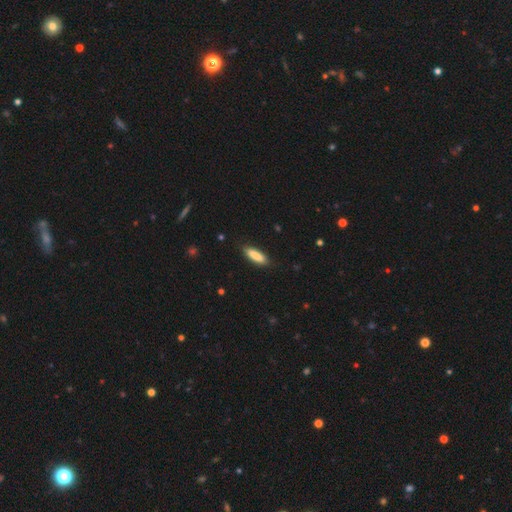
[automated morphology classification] A smooth galaxy with no disk features (87%) that is cigar-shaped (56%).

Vote fractions:
- Smooth or featured? smooth: 87% / featured or disk: 8% / star or artifact: 6%
- How rounded? cigar-shaped: 56% / in between: 42% / round: 1%
- Merging? none: 86% / minor disturbance: 11% / major disturbance: 2% / merger: 1%